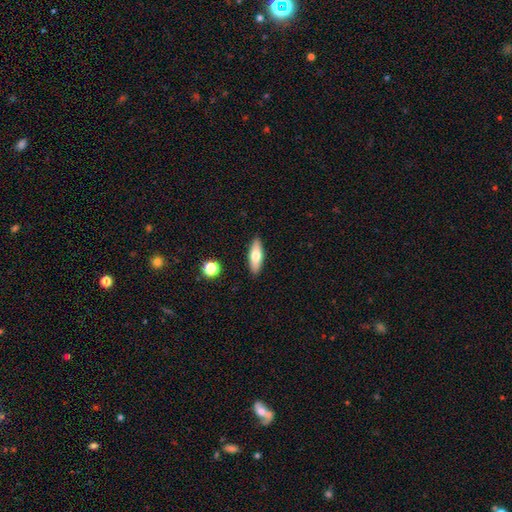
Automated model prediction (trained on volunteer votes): smooth 63%, featured or disk 30%, star or artifact 7%. Down the decision tree: how rounded — in between (56%); merging — none (89%).